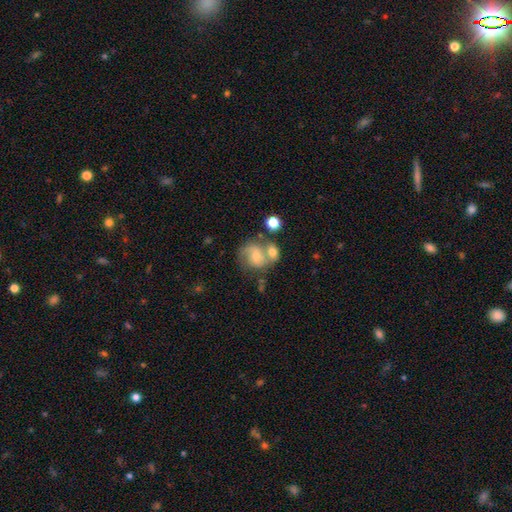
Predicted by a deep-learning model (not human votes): A featured or disk galaxy (53%) with no bar (58%), spiral arms (81%) and a small central bulge (49%). Merging: merger (41%).